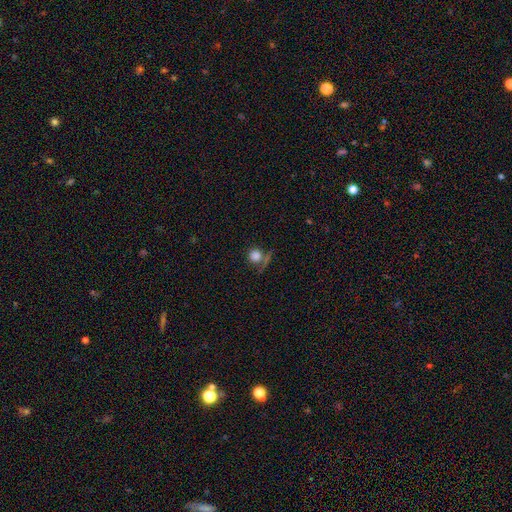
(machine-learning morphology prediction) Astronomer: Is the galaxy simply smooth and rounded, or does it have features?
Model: smooth — 78%.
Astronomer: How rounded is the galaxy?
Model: round — 91%.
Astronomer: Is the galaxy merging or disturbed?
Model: none — 62%.